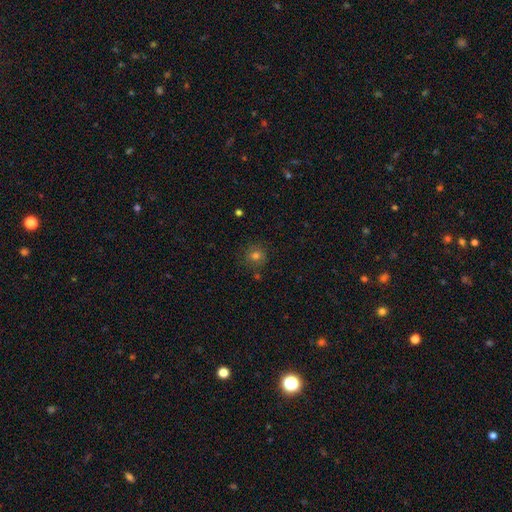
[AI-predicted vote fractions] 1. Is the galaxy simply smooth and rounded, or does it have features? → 72% smooth, 19% star or artifact, 9% featured or disk.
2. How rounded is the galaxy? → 91% round, 8% in between, 1% cigar-shaped.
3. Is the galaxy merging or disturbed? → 84% none, 10% minor disturbance, 3% merger, 3% major disturbance.